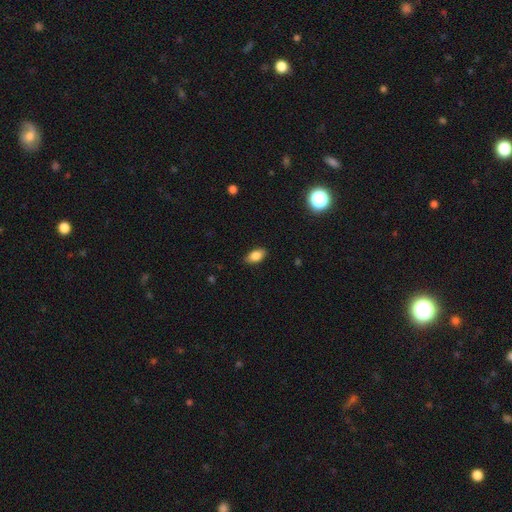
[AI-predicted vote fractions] smooth-or-featured: smooth: 85% | star or artifact: 8% | featured or disk: 7%
  how-rounded: in between: 91% | round: 6% | cigar-shaped: 3%
  merging: none: 86% | minor disturbance: 11% | major disturbance: 2% | merger: 1%